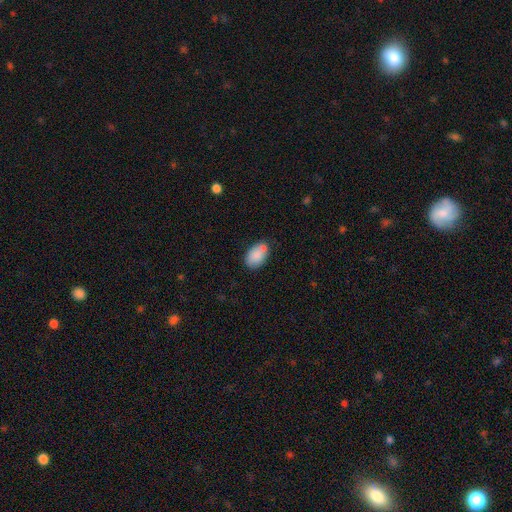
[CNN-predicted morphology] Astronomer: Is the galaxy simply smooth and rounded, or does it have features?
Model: smooth — 83%.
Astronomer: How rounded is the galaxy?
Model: in between — 90%.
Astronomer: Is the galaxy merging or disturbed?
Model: none — 60%.